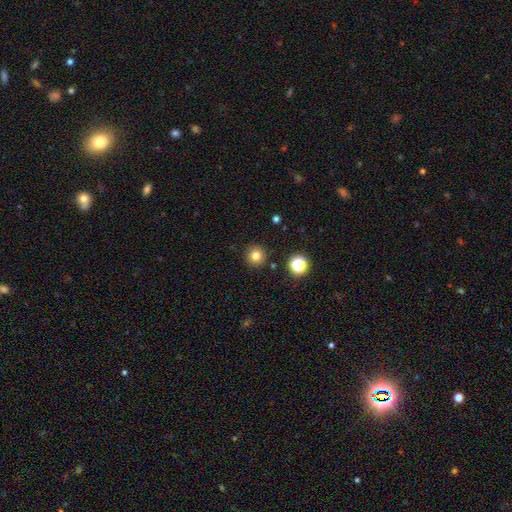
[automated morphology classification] Smooth or featured?
  - smooth: 79% *
  - star or artifact: 15%
  - featured or disk: 7%
How rounded?
  - round: 95% *
  - in between: 4%
  - cigar-shaped: 1%
Merging?
  - none: 91% *
  - minor disturbance: 5%
  - major disturbance: 2%
  - merger: 2%